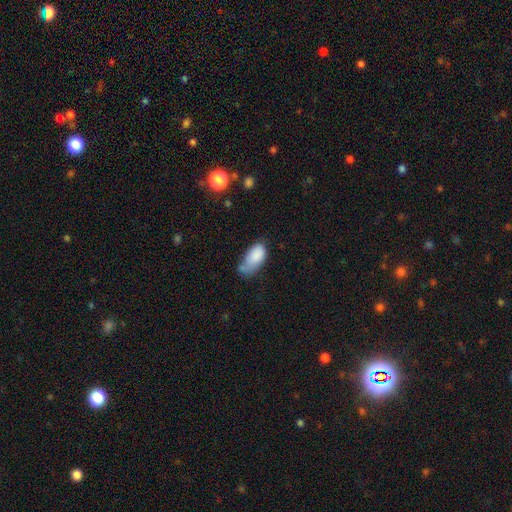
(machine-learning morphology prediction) This appears to be a smooth galaxy with no disk features (82%) that is in between round and cigar-shaped (94%). Merging: minor disturbance (35%).